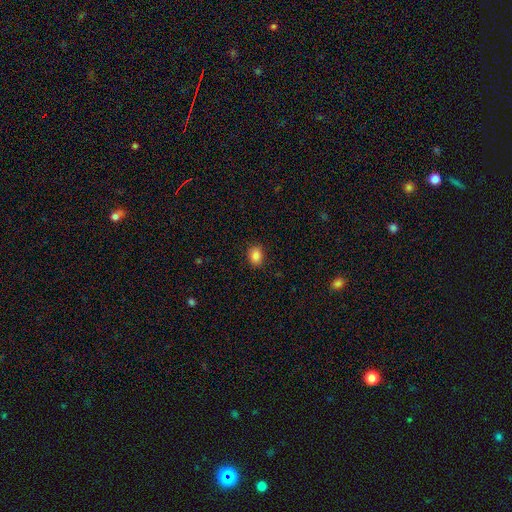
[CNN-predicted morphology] A smooth galaxy with no disk features (86%) that is in between round and cigar-shaped (62%).

Vote fractions:
- Smooth or featured? smooth: 86% / star or artifact: 9% / featured or disk: 4%
- How rounded? in between: 62% / round: 37% / cigar-shaped: 1%
- Merging? none: 88% / minor disturbance: 9% / major disturbance: 2% / merger: 1%